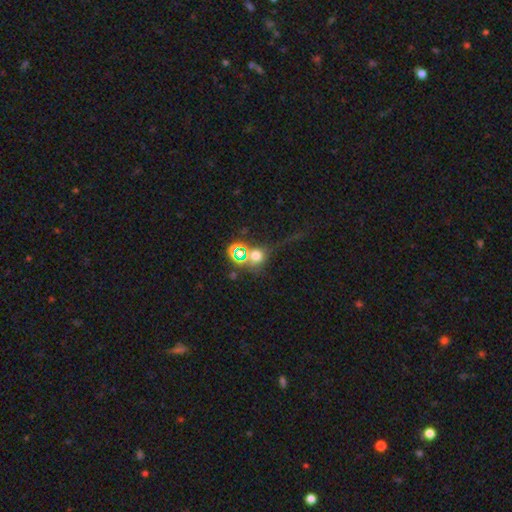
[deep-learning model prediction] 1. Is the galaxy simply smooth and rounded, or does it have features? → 51% smooth, 37% star or artifact, 11% featured or disk.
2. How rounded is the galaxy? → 83% round, 15% in between, 2% cigar-shaped.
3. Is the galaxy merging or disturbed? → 58% none, 17% merger, 13% major disturbance, 11% minor disturbance.